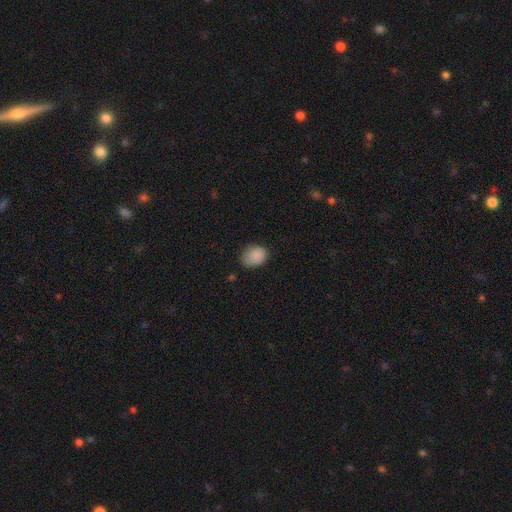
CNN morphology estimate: Smooth or featured? smooth (87%)
How rounded? in between (53%)
Merging? none (68%)